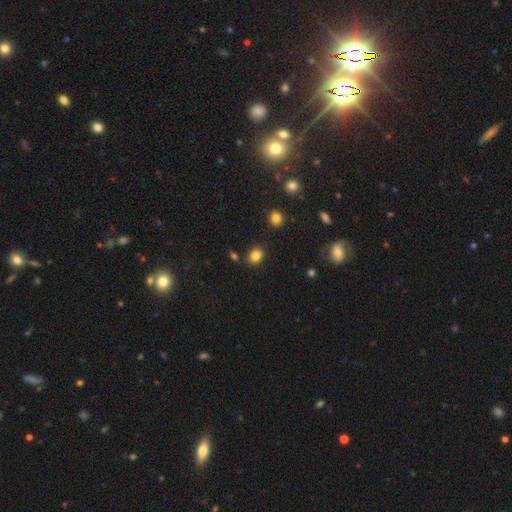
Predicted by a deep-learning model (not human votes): A smooth galaxy with no disk features (82%) that is round (52%). Merging: none (83%).